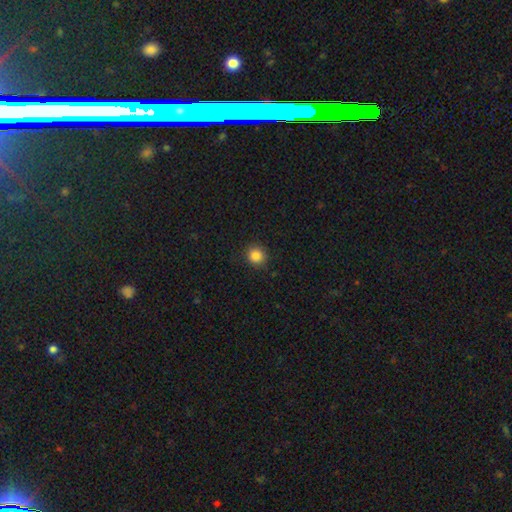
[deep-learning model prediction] This appears to be a smooth galaxy with no disk features (85%) that is round (91%). Merging: none (90%).